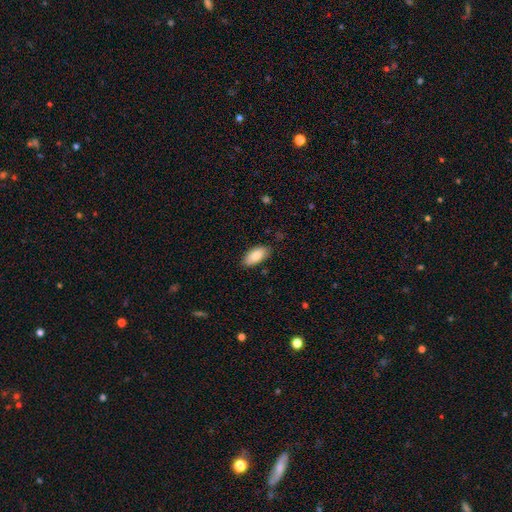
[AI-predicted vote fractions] A smooth galaxy with no disk features (84%) that is in between round and cigar-shaped (92%). Merging: none (83%).